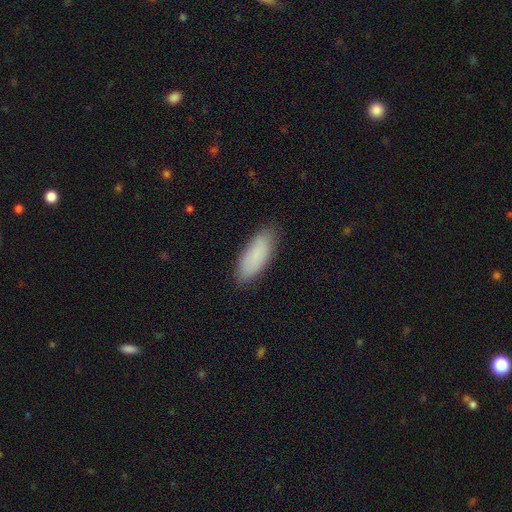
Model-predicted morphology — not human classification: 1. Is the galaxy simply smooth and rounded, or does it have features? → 87% smooth, 7% featured or disk, 6% star or artifact.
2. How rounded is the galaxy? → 73% in between, 26% cigar-shaped, 2% round.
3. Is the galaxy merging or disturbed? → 85% none, 12% minor disturbance, 2% major disturbance, 1% merger.